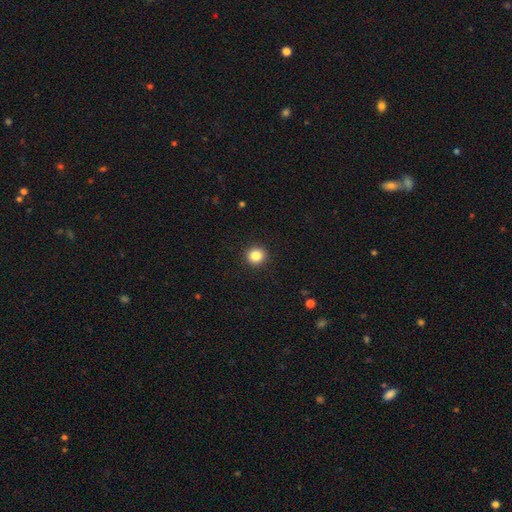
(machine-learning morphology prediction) smooth 84%, star or artifact 11%, featured or disk 5%. Down the decision tree: how rounded — round (92%); merging — none (93%).